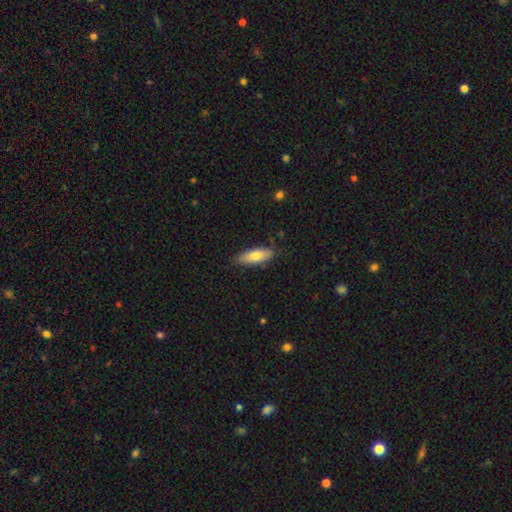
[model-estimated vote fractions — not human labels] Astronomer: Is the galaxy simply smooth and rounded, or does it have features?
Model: smooth — 75%.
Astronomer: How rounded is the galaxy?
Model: in between — 66%.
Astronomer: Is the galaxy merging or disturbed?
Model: none — 82%.